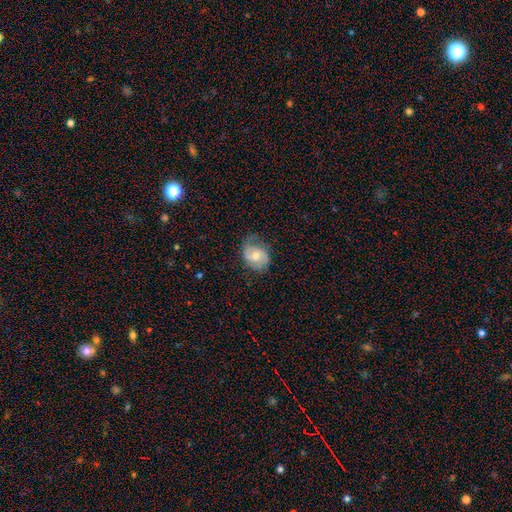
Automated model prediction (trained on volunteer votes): A featured or disk galaxy (48%). Merging: none (64%).